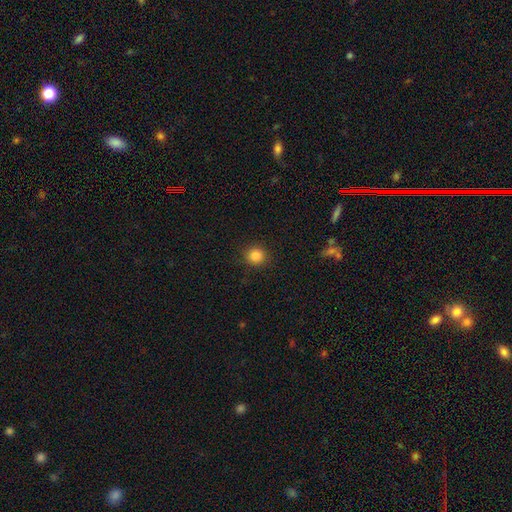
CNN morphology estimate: This is clearly a smooth galaxy (85%). How rounded: clearly round (92%). Merging: clearly none (90%).